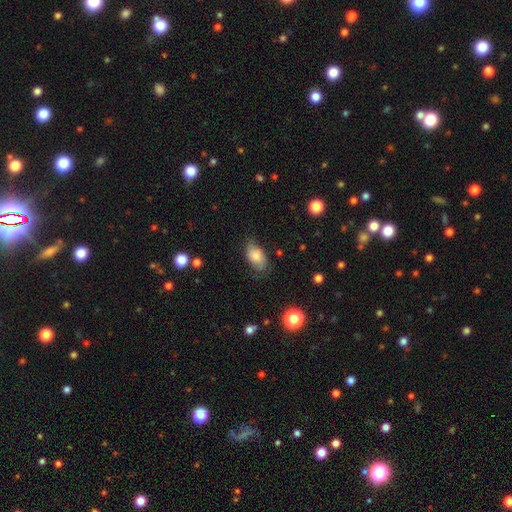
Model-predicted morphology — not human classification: This appears to be a smooth galaxy with no disk features (65%) that is in between round and cigar-shaped (89%). Merging: none (59%).